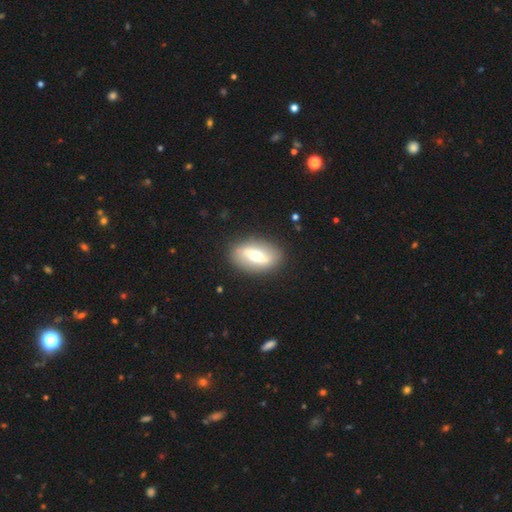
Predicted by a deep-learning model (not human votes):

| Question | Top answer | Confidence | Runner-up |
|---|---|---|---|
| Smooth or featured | featured or disk | 54% | smooth (40%) |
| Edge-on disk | no | 78% | yes (22%) |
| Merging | none | 86% | minor disturbance (9%) |